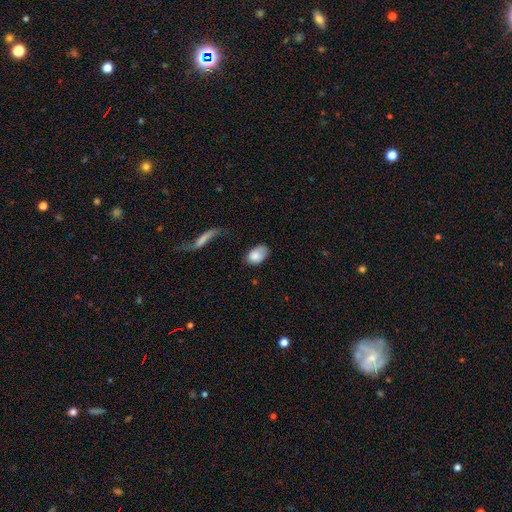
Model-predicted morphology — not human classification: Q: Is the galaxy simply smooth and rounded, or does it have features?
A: smooth — 82%.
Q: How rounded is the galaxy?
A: in between — 86%.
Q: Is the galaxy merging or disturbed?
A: none — 53%.